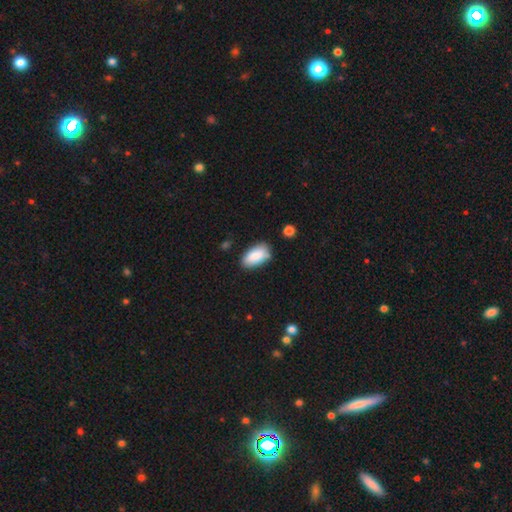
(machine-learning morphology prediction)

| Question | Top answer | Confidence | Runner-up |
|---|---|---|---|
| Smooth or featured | smooth | 87% | star or artifact (7%) |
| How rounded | in between | 94% | cigar-shaped (3%) |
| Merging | none | 73% | minor disturbance (19%) |